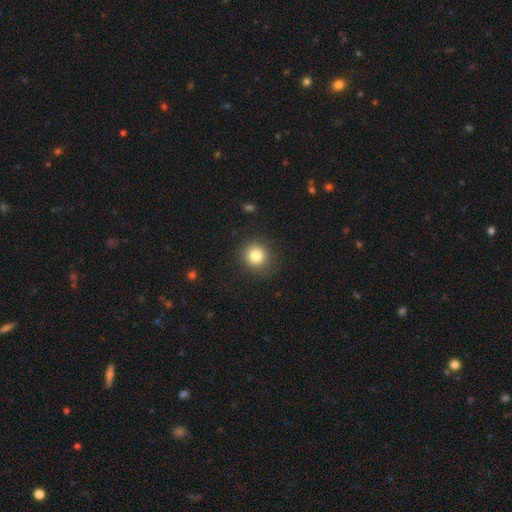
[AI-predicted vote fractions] Overall: smooth (82%). How rounded: round (91%). Merging: none (88%).